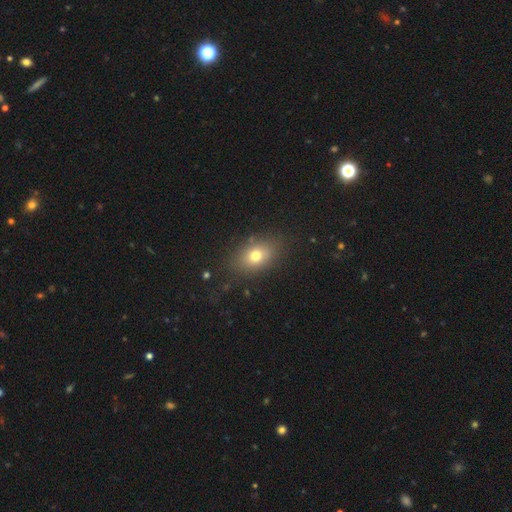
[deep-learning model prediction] Overall: smooth (74%). How rounded: in between (73%). Merging: none (81%).